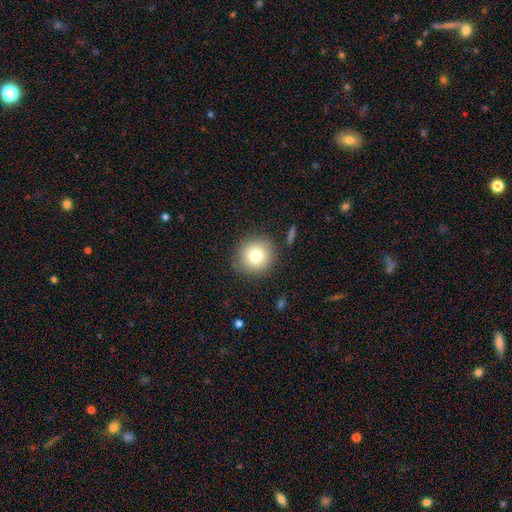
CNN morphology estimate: Smooth or featured? smooth (77%)
How rounded? round (93%)
Merging? none (85%)